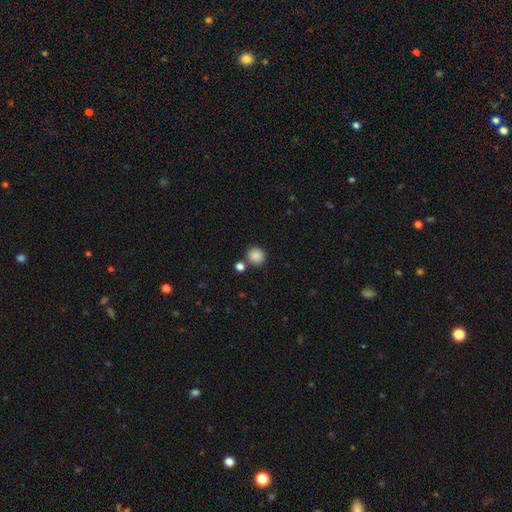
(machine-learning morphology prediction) smooth-or-featured: smooth: 87% | star or artifact: 10% | featured or disk: 3%
  how-rounded: round: 88% | in between: 12% | cigar-shaped: 1%
  merging: none: 75% | merger: 12% | minor disturbance: 9% | major disturbance: 3%